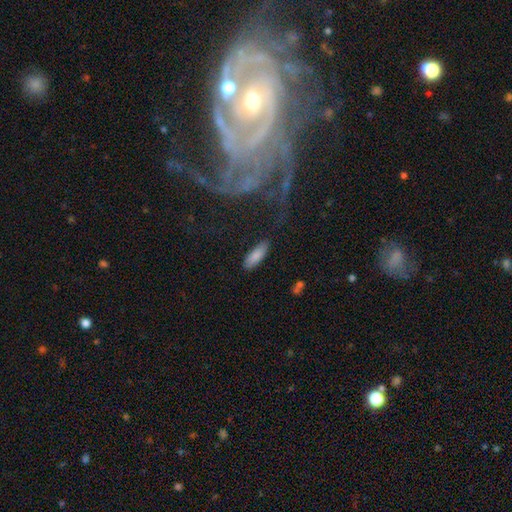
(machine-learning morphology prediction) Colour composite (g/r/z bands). It shows a smooth galaxy with no disk features (85%) that is in between round and cigar-shaped (62%). Merging: none (84%).